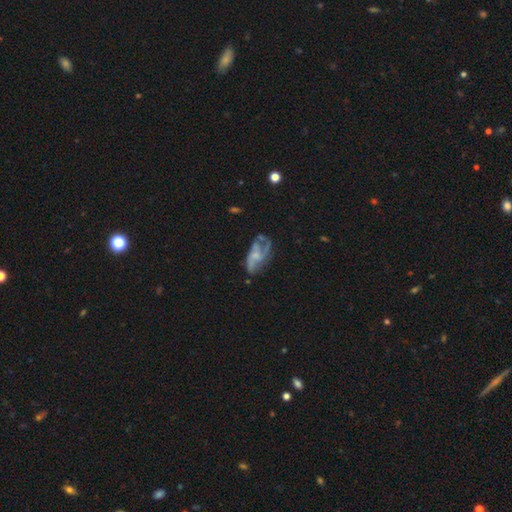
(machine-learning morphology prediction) featured or disk 72%, smooth 20%, star or artifact 8%. Down the decision tree: edge-on disk — no (96%); bar — no (67%); spiral arms — yes (81%); spiral arm count — 2 (40%); spiral winding — loose (43%); bulge size — small (51%); merging — none (43%).